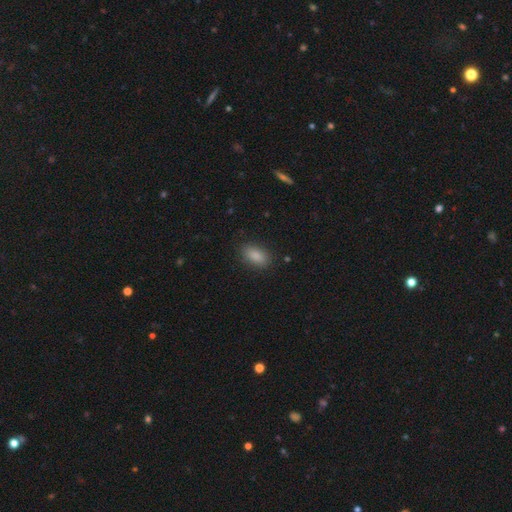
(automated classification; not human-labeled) Overall: smooth (87%). How rounded: in between (90%). Merging: none (86%).